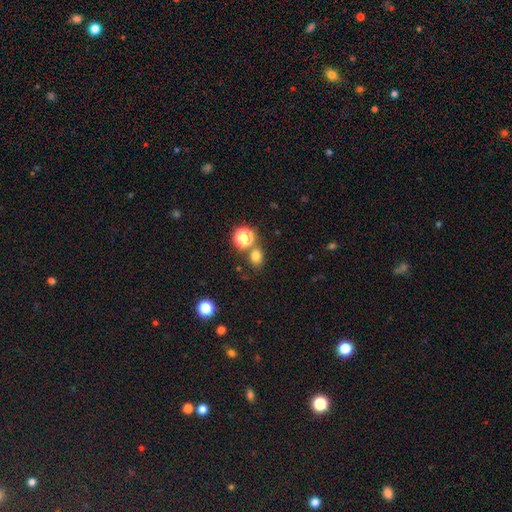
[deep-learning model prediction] This is likely a smooth galaxy (74%). How rounded: likely round (62%). Merging: likely none (71%).